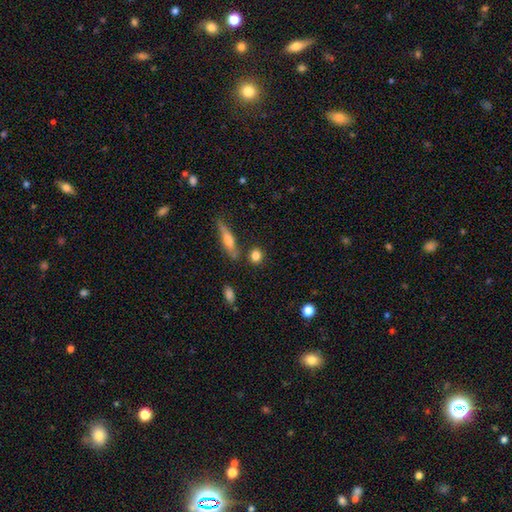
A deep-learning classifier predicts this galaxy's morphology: Q: Smooth or featured?
A: smooth (83%); runner-up: star or artifact (9%)
Q: How rounded?
A: round (74%); runner-up: in between (19%)
Q: Merging?
A: none (79%); runner-up: minor disturbance (10%)